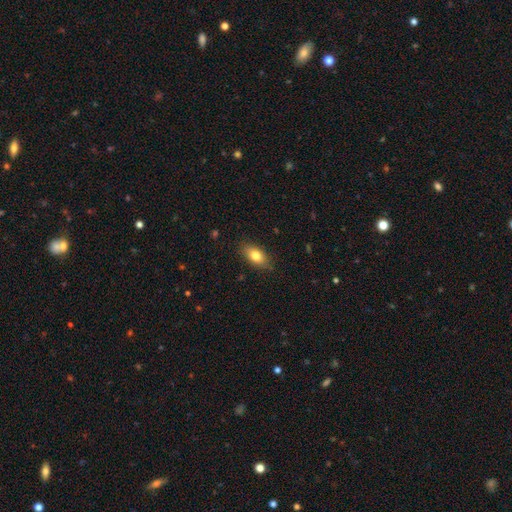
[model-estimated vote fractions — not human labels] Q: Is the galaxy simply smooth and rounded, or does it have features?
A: smooth — 80%.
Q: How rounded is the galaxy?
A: in between — 87%.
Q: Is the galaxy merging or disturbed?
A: none — 85%.